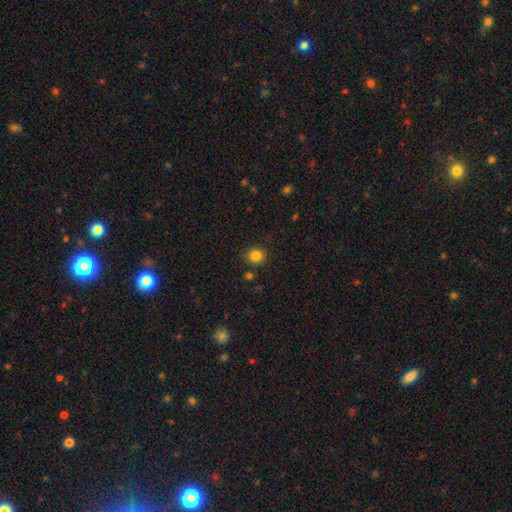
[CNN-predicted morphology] Overall: smooth (84%). How rounded: round (83%). Merging: none (87%).